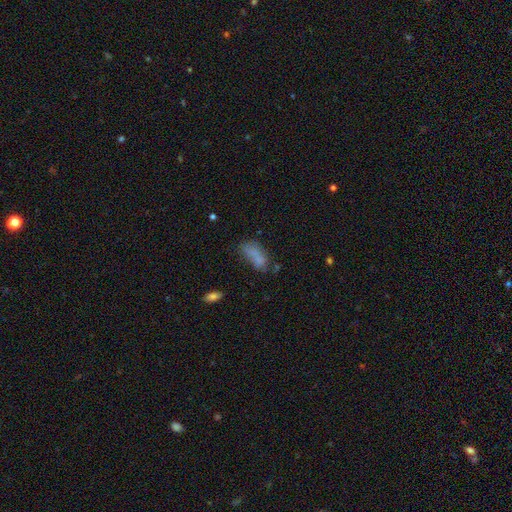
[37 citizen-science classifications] Morphology: type=smooth (78%); roundness=in between (83%); merging=none (34%).